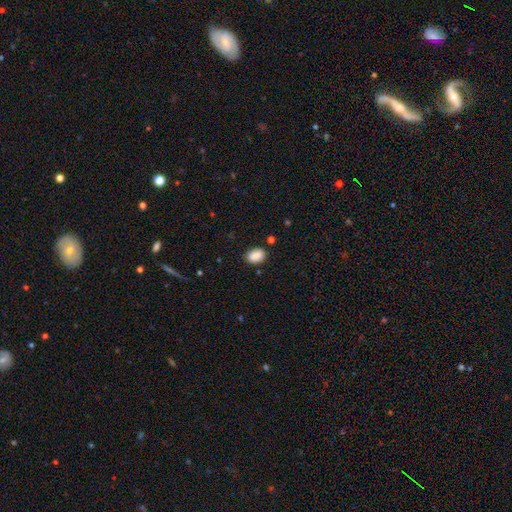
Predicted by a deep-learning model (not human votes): smooth_or_featured: smooth (p=0.89) [alt: star or artifact p=0.08]
how_rounded: in between (p=0.82) [alt: round p=0.17]
merging: none (p=0.84) [alt: minor disturbance p=0.12]